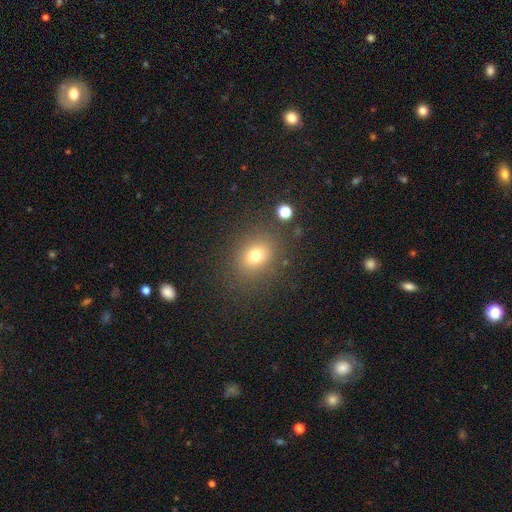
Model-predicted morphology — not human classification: This appears to be a smooth galaxy with no disk features (74%) that is round (59%). Merging: none (82%).